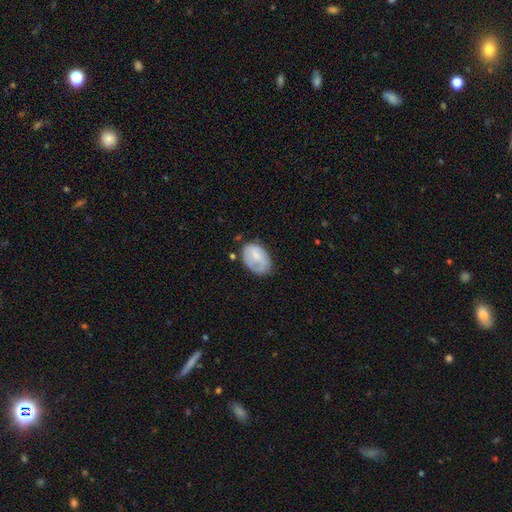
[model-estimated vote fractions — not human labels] A smooth galaxy with no disk features (59%) that is in between round and cigar-shaped (83%). Merging: none (55%).